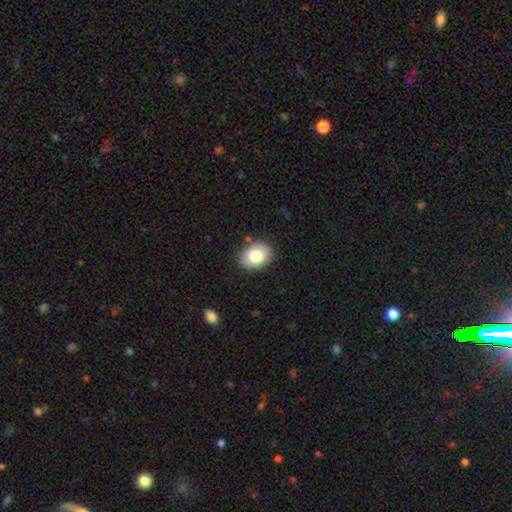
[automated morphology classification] This is clearly a smooth galaxy (82%). How rounded: likely in between (75%). Merging: clearly none (85%).